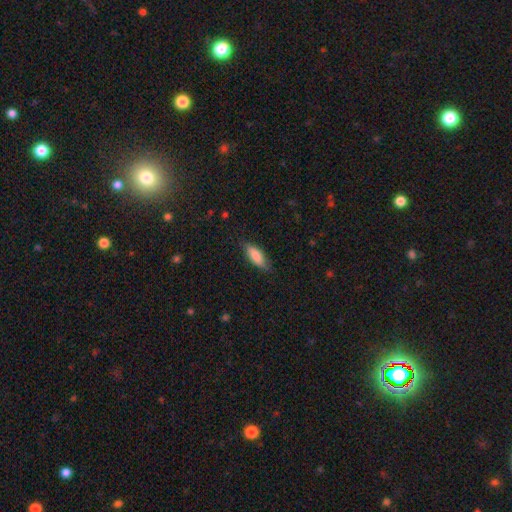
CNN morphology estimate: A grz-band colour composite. It shows a smooth galaxy with no disk features (81%) that is in between round and cigar-shaped (68%). Merging: none (75%).